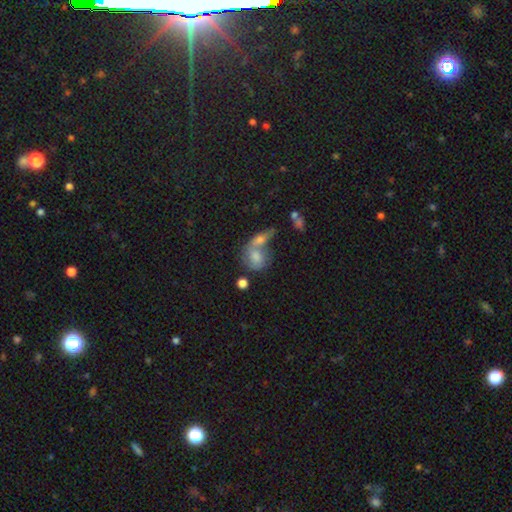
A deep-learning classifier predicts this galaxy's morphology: type=smooth (64%); roundness=in between (54%); merging=merger (60%).